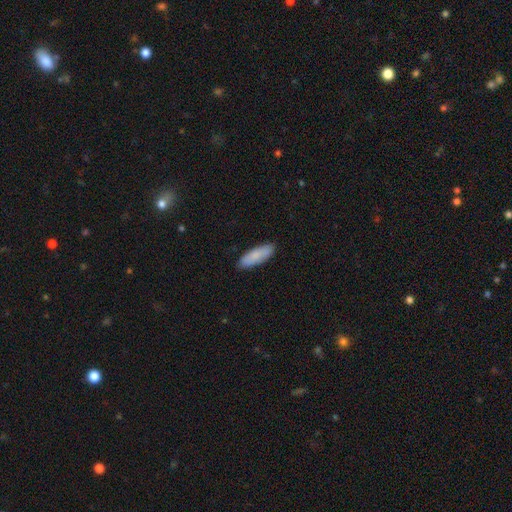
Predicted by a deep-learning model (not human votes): Q: Smooth or featured?
A: smooth (83%); runner-up: featured or disk (11%)
Q: How rounded?
A: in between (54%); runner-up: cigar-shaped (44%)
Q: Merging?
A: none (87%); runner-up: minor disturbance (10%)